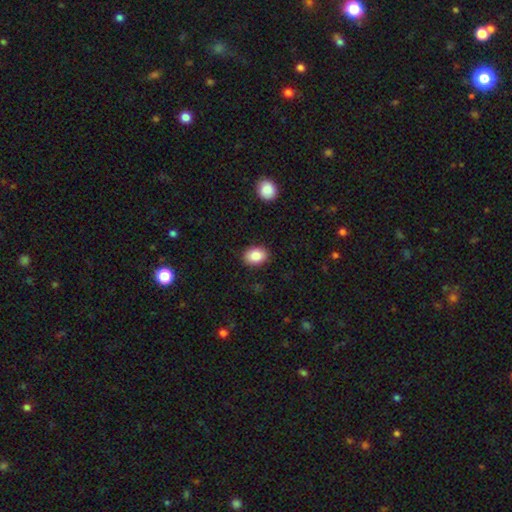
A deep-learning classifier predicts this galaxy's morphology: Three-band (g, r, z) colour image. It shows a smooth galaxy with no disk features (85%) that is in between round and cigar-shaped (73%). Merging: none (89%).